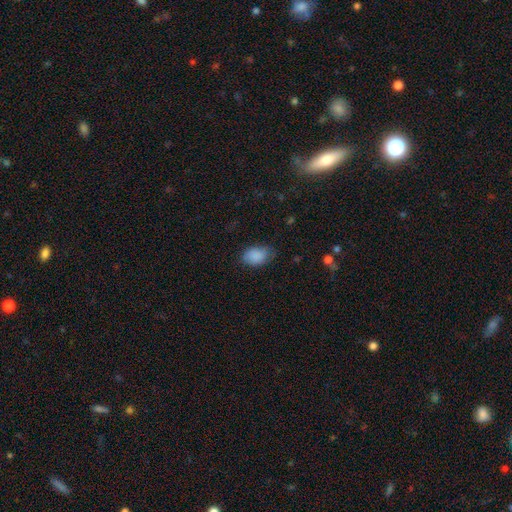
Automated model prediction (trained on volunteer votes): A smooth galaxy with no disk features (87%) that is in between round and cigar-shaped (85%).

Vote fractions:
- Smooth or featured? smooth: 87% / star or artifact: 8% / featured or disk: 5%
- How rounded? in between: 85% / round: 14% / cigar-shaped: 1%
- Merging? none: 67% / minor disturbance: 26% / major disturbance: 6% / merger: 1%